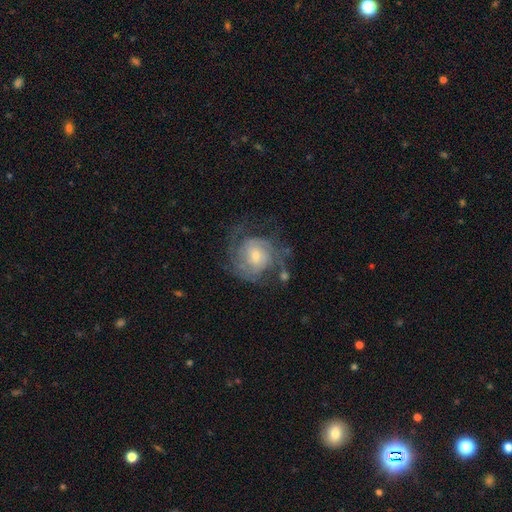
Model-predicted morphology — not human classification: This appears to be a featured or disk galaxy (82%) with no bar (56%), 2 (40%) tight (55%) spiral arms (93%) and a small central bulge (52%). Merging: none (63%).